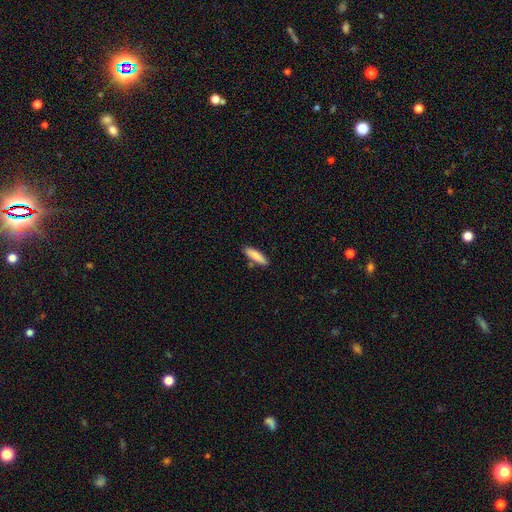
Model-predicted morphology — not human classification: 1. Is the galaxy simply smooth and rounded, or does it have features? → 85% smooth, 9% featured or disk, 6% star or artifact.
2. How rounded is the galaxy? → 71% cigar-shaped, 28% in between, 1% round.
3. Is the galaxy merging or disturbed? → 82% none, 11% minor disturbance, 5% merger, 2% major disturbance.